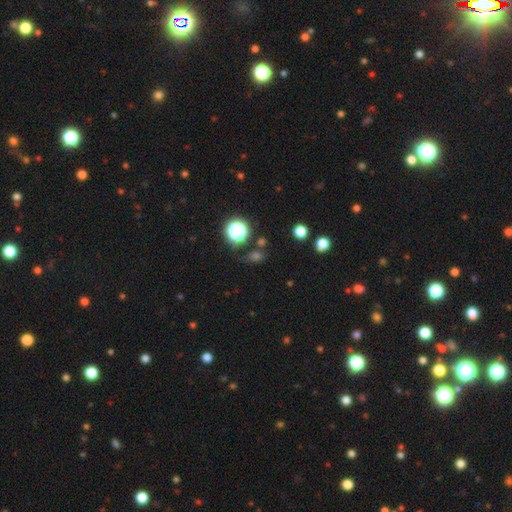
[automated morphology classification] The model was most divided on "smooth or featured": star or artifact: 48%, smooth: 43%, featured or disk: 10%.